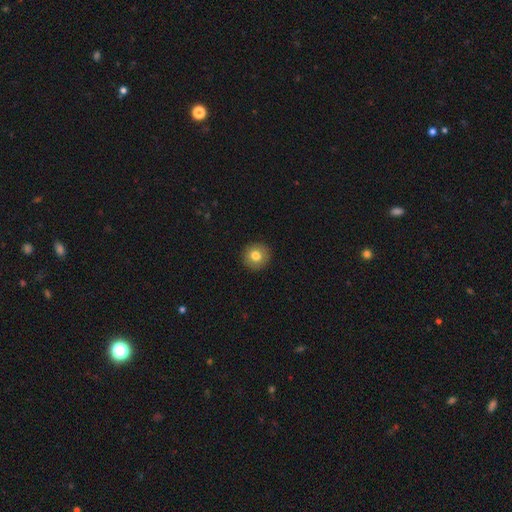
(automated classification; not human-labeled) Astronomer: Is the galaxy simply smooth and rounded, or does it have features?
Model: smooth — 80%.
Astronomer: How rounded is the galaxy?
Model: round — 93%.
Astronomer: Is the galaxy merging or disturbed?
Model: none — 92%.